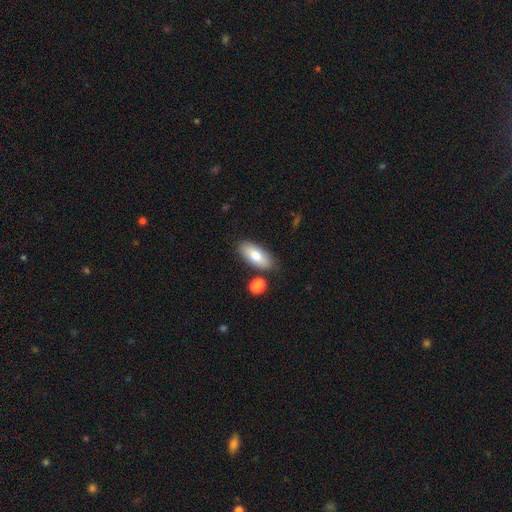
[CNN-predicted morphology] Smooth or featured: smooth — 76% (featured or disk — 18%)
How rounded: in between — 85% (cigar-shaped — 12%)
Merging: none — 79% (minor disturbance — 11%)